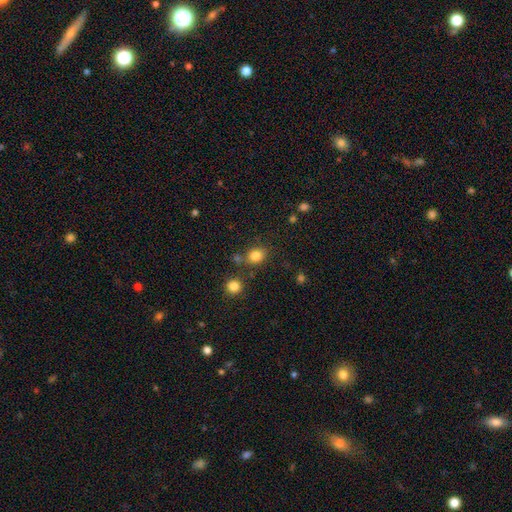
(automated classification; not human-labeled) smooth 83%, star or artifact 12%, featured or disk 5%. Down the decision tree: how rounded — round (58%); merging — none (71%).